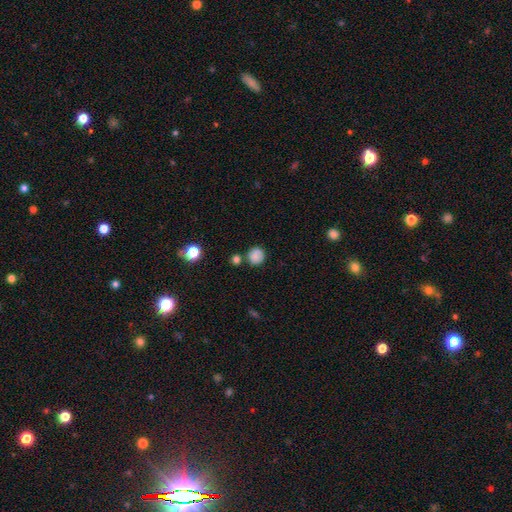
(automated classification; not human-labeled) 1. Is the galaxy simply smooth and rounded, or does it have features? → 83% smooth, 10% star or artifact, 6% featured or disk.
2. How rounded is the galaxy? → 88% round, 11% in between, 1% cigar-shaped.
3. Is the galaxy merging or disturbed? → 72% none, 14% minor disturbance, 11% merger, 4% major disturbance.